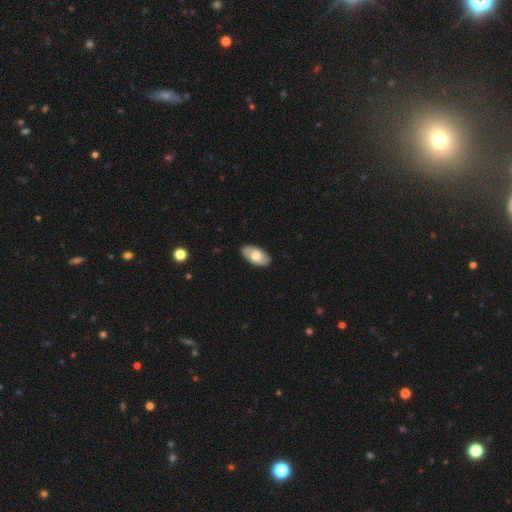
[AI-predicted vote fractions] Smooth or featured? Predicted: smooth (p=0.67). How rounded? Predicted: in between (p=0.94). Merging? Predicted: none (p=0.88).